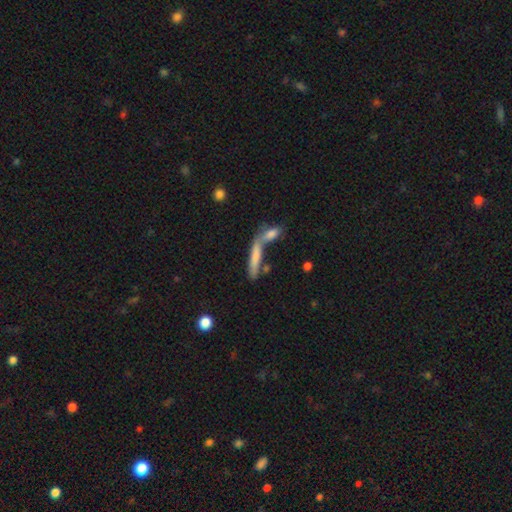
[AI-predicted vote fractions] A smooth galaxy with no disk features (69%) that is cigar-shaped (81%). Merging: merger (45%).